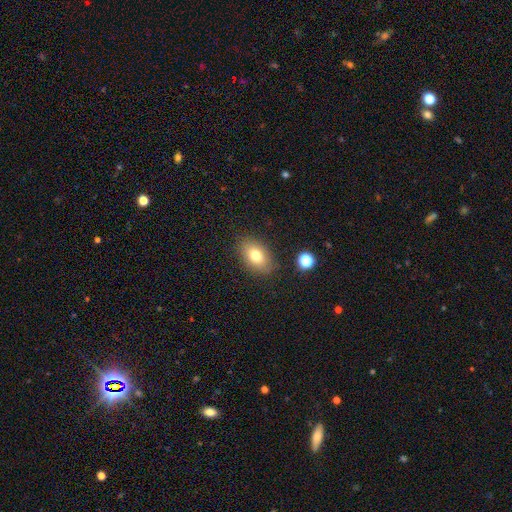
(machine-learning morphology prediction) Smooth or featured? Predicted: smooth (p=0.75). How rounded? Predicted: in between (p=0.86). Merging? Predicted: none (p=0.84).